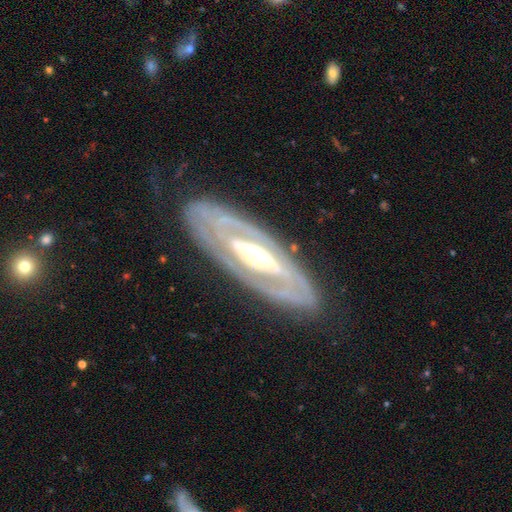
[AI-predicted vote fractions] Smooth or featured: featured or disk — 84% (smooth — 11%)
Edge-on disk: no — 81% (yes — 19%)
Bar: strong — 38% (no — 35%)
Spiral arms: yes — 67% (no — 33%)
Bulge size: moderate — 66% (small — 18%)
Merging: none — 82% (minor disturbance — 12%)